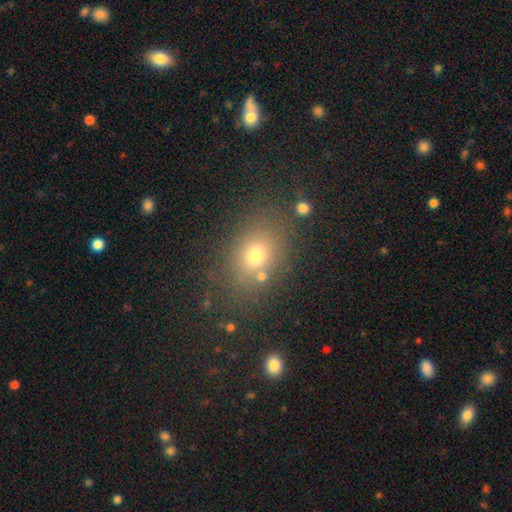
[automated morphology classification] Q: Smooth or featured?
A: smooth (70%); runner-up: star or artifact (18%)
Q: How rounded?
A: in between (59%); runner-up: round (39%)
Q: Merging?
A: none (77%); runner-up: minor disturbance (11%)